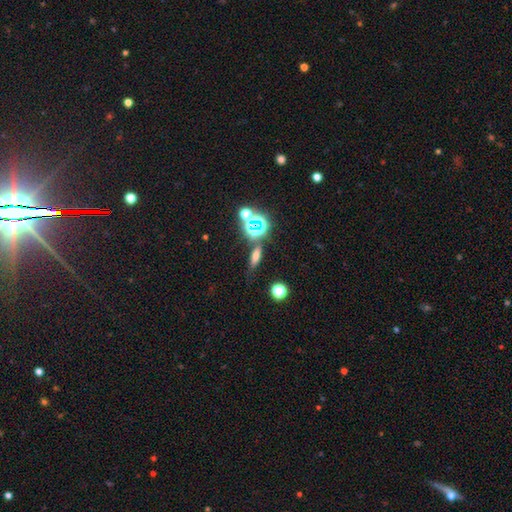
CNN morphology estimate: Overall: smooth (56%; star or artifact 26%). How rounded: in between (44%, tied with cigar-shaped). Merging: none (73%).